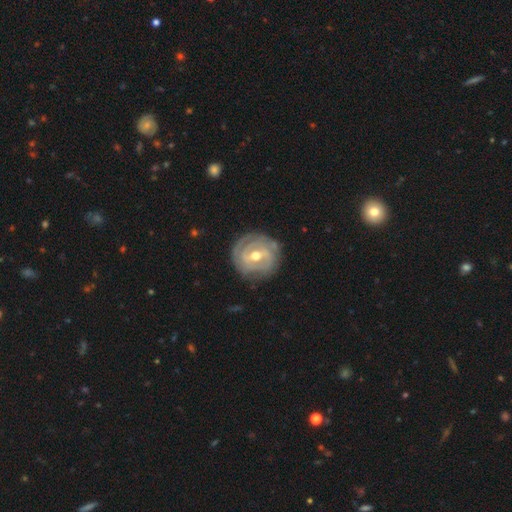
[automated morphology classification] This is clearly a featured or disk galaxy (84%). It is clearly not viewed edge-on (97%). Bar: possibly weak (49%). Spiral arm pattern: clearly yes (88%). Spiral arm count: marginally 2 (40%). Spiral winding: likely tight (77%). Central bulge: likely moderate (75%). Merging: clearly none (80%).